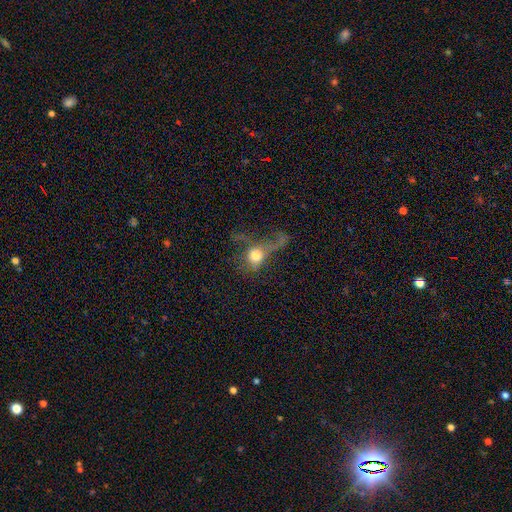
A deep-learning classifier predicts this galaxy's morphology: Smooth or featured: smooth — 57% (featured or disk — 29%)
How rounded: round — 70% (in between — 27%)
Merging: major disturbance — 56% (none — 21%)